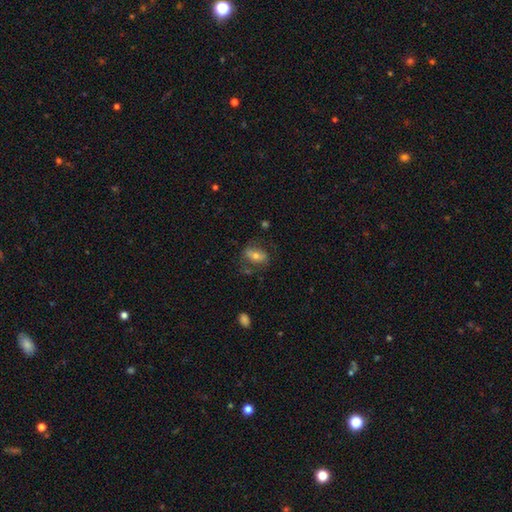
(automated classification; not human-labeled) This appears to be a smooth galaxy with no disk features (51%) that is in between round and cigar-shaped (78%). Merging: none (64%).